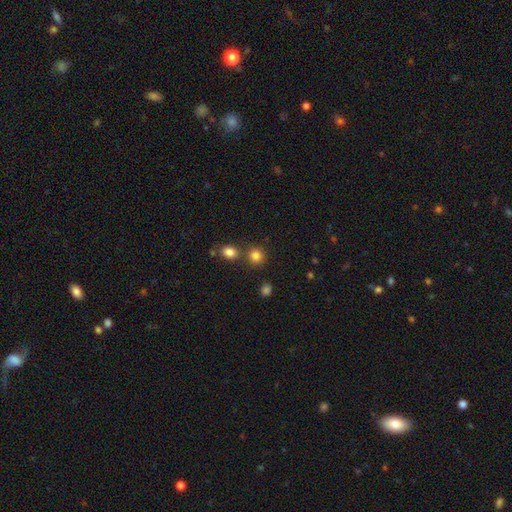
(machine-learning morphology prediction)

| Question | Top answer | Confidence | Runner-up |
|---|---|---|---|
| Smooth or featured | smooth | 82% | star or artifact (13%) |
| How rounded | round | 86% | in between (13%) |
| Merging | none | 72% | merger (17%) |